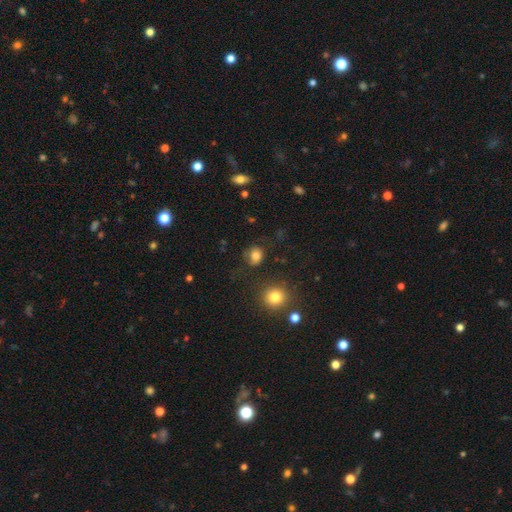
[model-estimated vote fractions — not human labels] Overall: smooth (79%). How rounded: round (67%; in between 31%). Merging: none (71%).